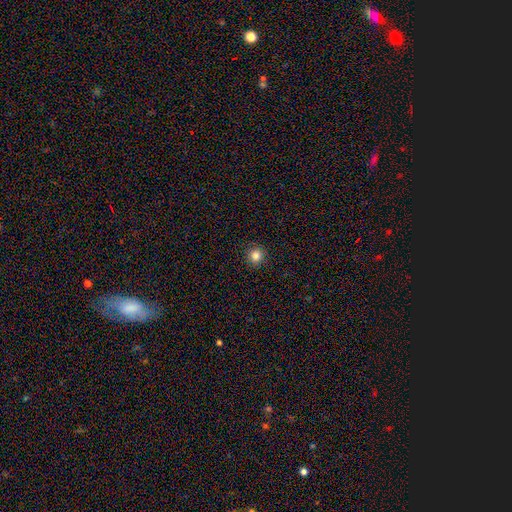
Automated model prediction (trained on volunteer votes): A smooth galaxy with no disk features (84%) that is round (94%).

Vote fractions:
- Smooth or featured? smooth: 84% / star or artifact: 11% / featured or disk: 5%
- How rounded? round: 94% / in between: 5% / cigar-shaped: 1%
- Merging? none: 92% / minor disturbance: 5% / major disturbance: 2% / merger: 1%